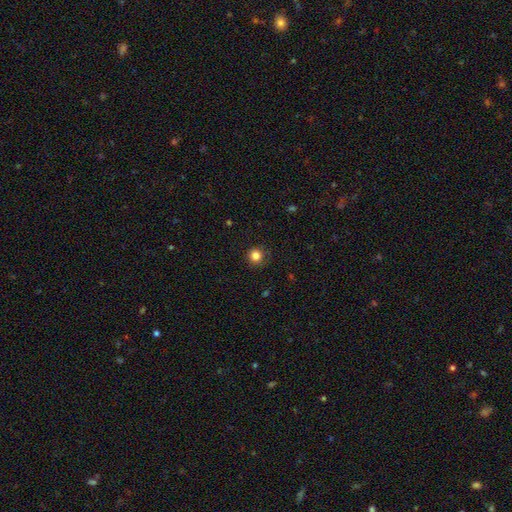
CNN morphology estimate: Smooth or featured? smooth (83%)
How rounded? round (94%)
Merging? none (86%)